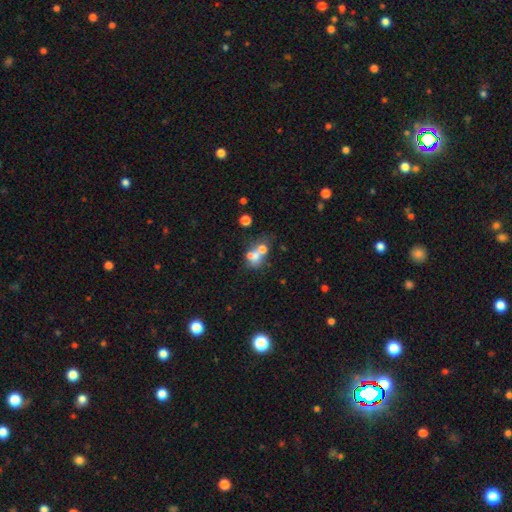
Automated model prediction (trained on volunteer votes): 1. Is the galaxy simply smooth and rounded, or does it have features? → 57% smooth, 28% featured or disk, 15% star or artifact.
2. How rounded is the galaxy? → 54% round, 44% in between, 2% cigar-shaped.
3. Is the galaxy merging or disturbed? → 61% merger, 23% none, 8% major disturbance, 8% minor disturbance.